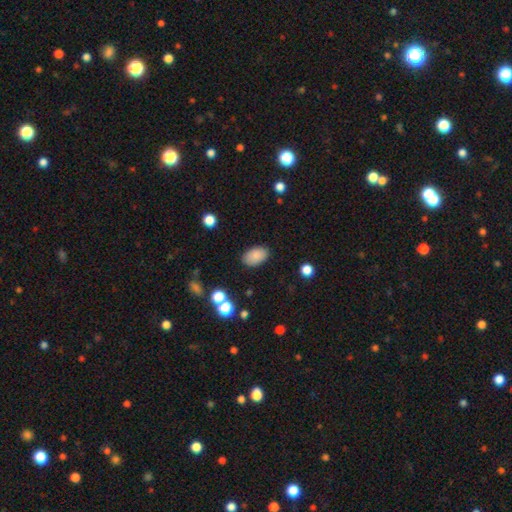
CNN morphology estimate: Overall: smooth (86%). How rounded: in between (92%). Merging: none (86%).